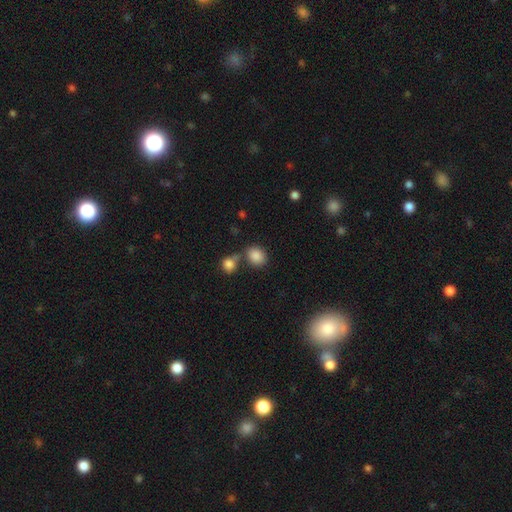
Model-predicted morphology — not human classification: smooth 86%, star or artifact 9%, featured or disk 5%. Down the decision tree: how rounded — round (52%); merging — none (58%).